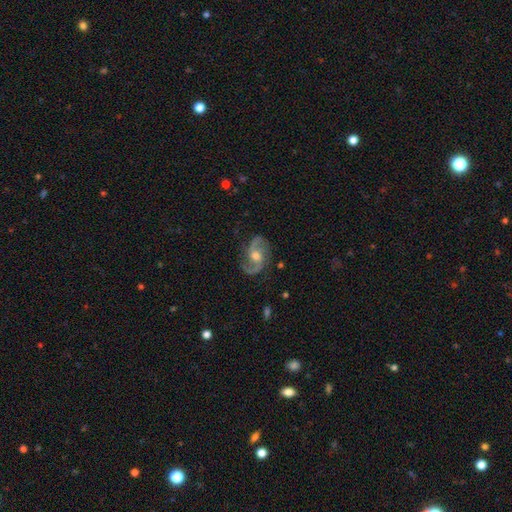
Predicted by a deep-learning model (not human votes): Smooth or featured? featured or disk (90%)
Edge-on disk? no (98%)
Bar? no (50%)
Spiral arms? yes (97%)
Spiral winding? medium (51%)
Spiral arm count? 2 (92%)
Bulge size? moderate (70%)
Merging? none (79%)